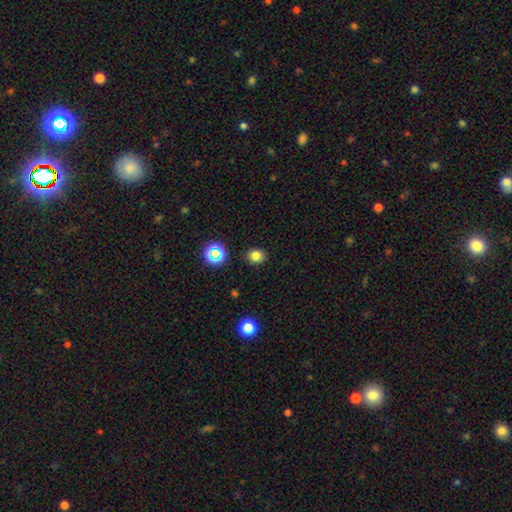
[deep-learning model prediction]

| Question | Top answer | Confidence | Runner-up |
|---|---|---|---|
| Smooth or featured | smooth | 78% | star or artifact (16%) |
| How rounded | round | 70% | in between (29%) |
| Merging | none | 90% | minor disturbance (7%) |